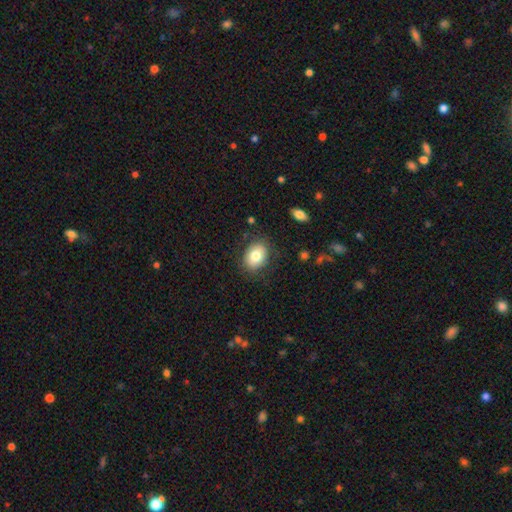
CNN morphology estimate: Overall: smooth (80%). How rounded: in between (72%). Merging: none (82%).